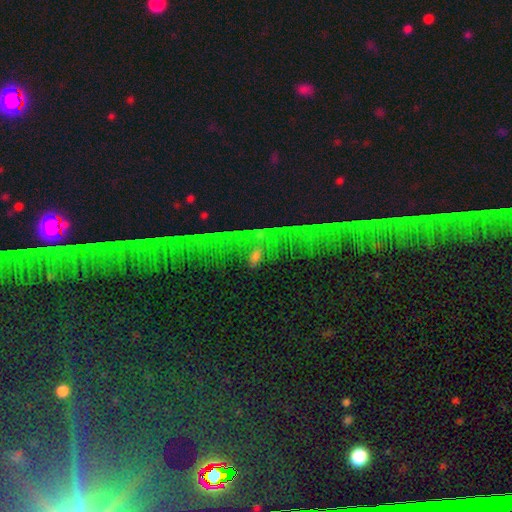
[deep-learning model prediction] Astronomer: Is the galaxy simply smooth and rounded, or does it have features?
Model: smooth — 43% (runner-up: star or artifact, 36%).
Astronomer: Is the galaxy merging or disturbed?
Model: none — 47%.